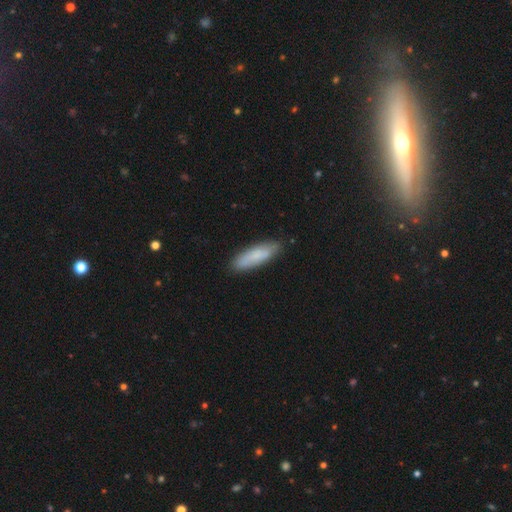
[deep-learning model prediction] This appears to be a smooth galaxy with no disk features (79%) that is cigar-shaped (53%). Merging: none (85%).